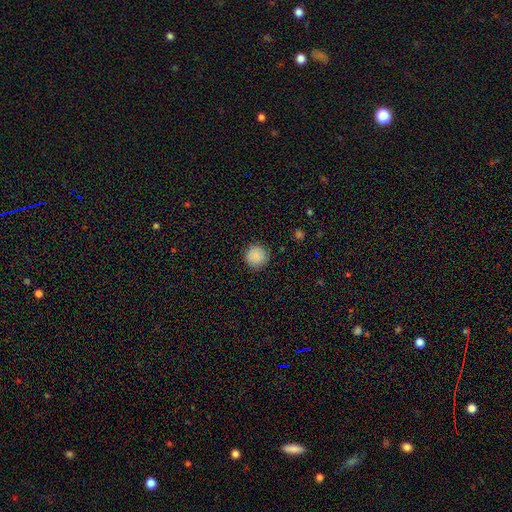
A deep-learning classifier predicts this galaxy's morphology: This is clearly a smooth galaxy (87%). How rounded: clearly round (95%). Merging: clearly none (89%).